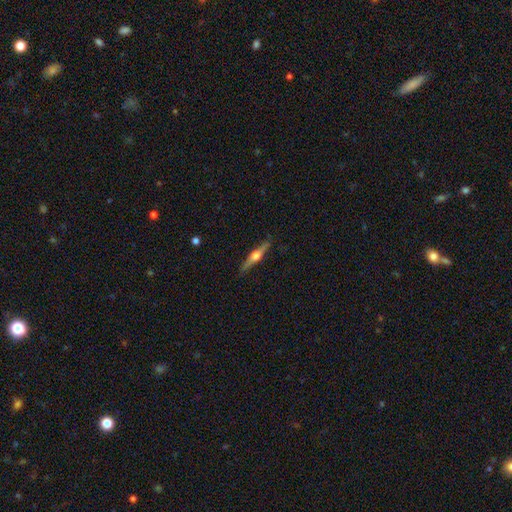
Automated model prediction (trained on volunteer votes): Smooth or featured? featured or disk (74%)
Edge-on disk? yes (98%)
Edge-on bulge? rounded (94%)
Merging? none (89%)